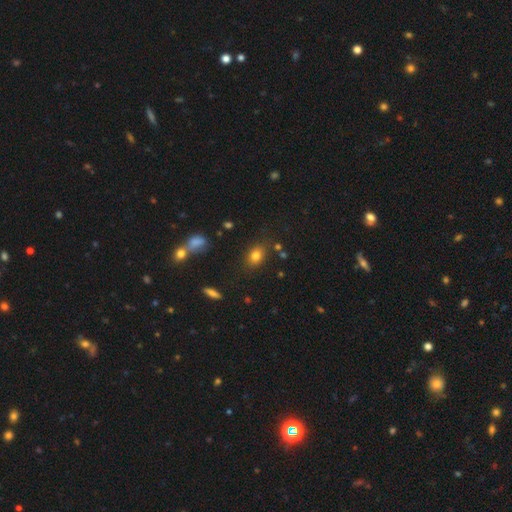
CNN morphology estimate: Smooth or featured? smooth (79%)
How rounded? in between (66%)
Merging? none (80%)